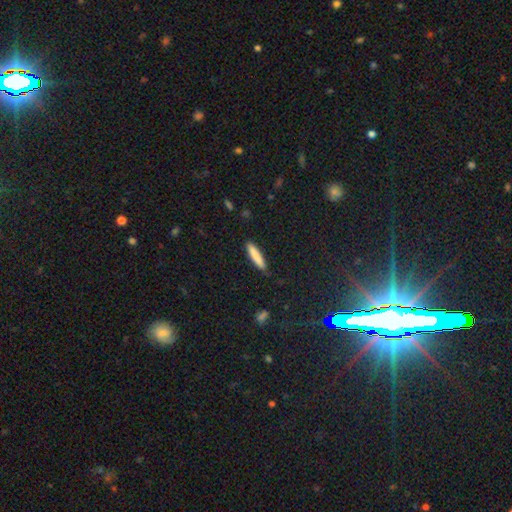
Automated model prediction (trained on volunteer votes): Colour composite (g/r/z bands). It shows a smooth galaxy with no disk features (83%) that is cigar-shaped (87%). Merging: none (87%).